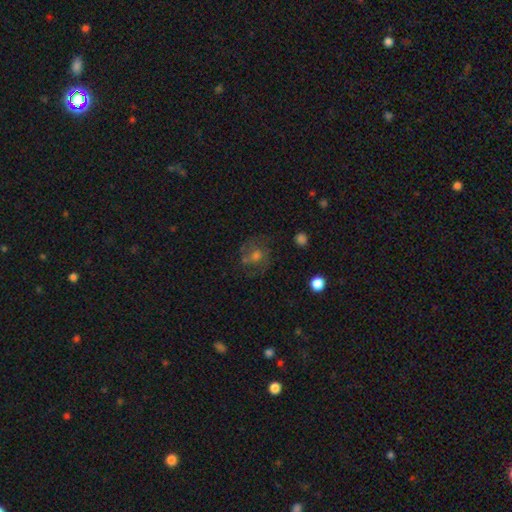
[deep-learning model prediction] A featured or disk galaxy (48%). Merging: none (66%).